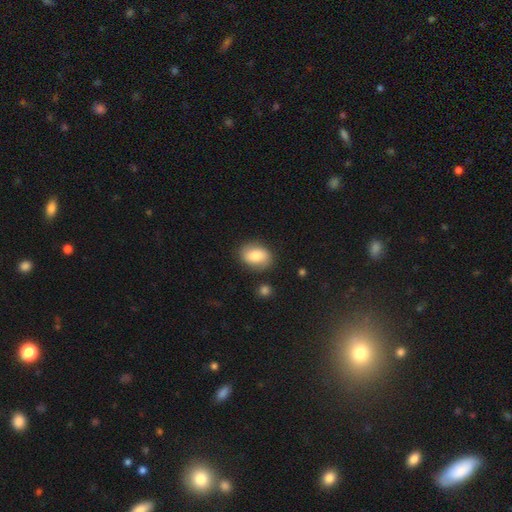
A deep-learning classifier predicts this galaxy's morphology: smooth_or_featured: smooth (p=0.78) [alt: featured or disk p=0.15]
how_rounded: in between (p=0.73) [alt: round p=0.26]
merging: none (p=0.82) [alt: minor disturbance p=0.12]